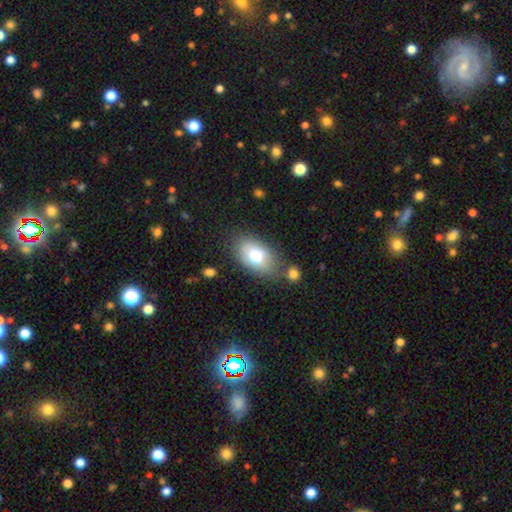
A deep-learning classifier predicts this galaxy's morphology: type=smooth (76%); roundness=in between (91%); merging=none (68%).